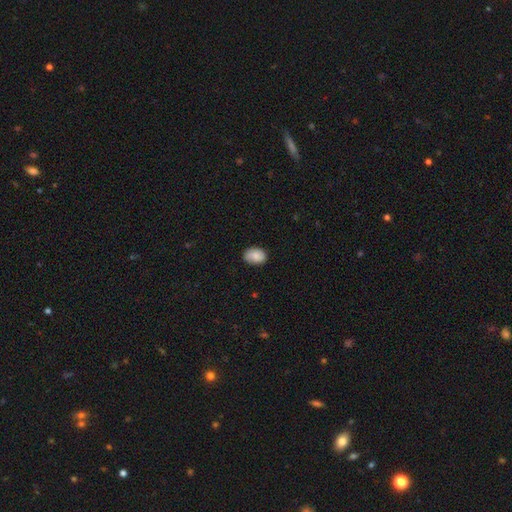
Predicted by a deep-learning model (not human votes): A smooth galaxy with no disk features (85%) that is in between round and cigar-shaped (77%).

Vote fractions:
- Smooth or featured? smooth: 85% / featured or disk: 8% / star or artifact: 7%
- How rounded? in between: 77% / round: 22% / cigar-shaped: 1%
- Merging? none: 79% / minor disturbance: 17% / major disturbance: 3% / merger: 1%